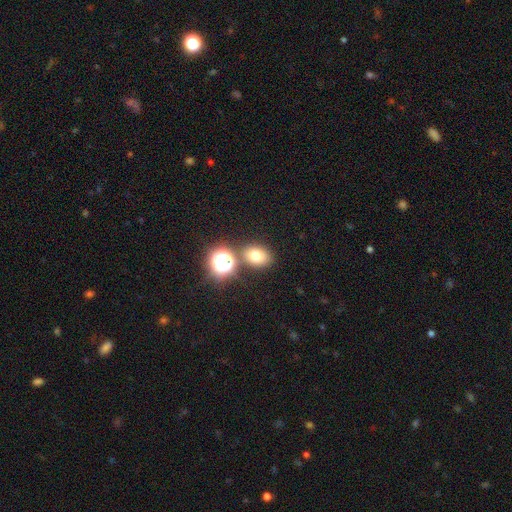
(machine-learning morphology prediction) A smooth galaxy with no disk features (71%) that is in between round and cigar-shaped (58%). Merging: none (72%).